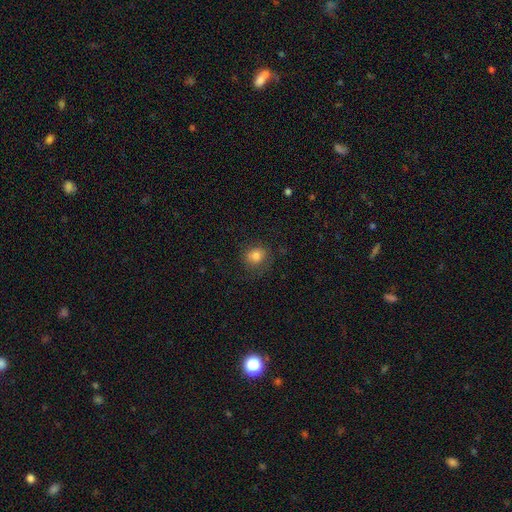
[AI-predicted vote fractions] Smooth or featured?
  - smooth: 81% *
  - star or artifact: 11%
  - featured or disk: 9%
How rounded?
  - round: 75% *
  - in between: 24%
  - cigar-shaped: 1%
Merging?
  - none: 71% *
  - minor disturbance: 18%
  - major disturbance: 9%
  - merger: 1%